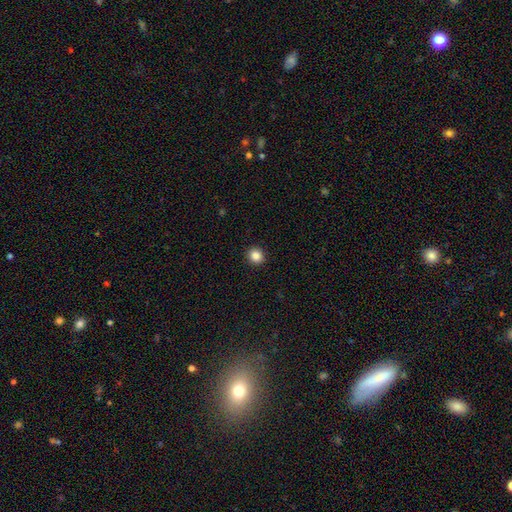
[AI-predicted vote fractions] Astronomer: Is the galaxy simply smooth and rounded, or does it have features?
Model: smooth — 86%.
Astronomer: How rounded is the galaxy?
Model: round — 91%.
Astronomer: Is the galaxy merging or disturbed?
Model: none — 93%.